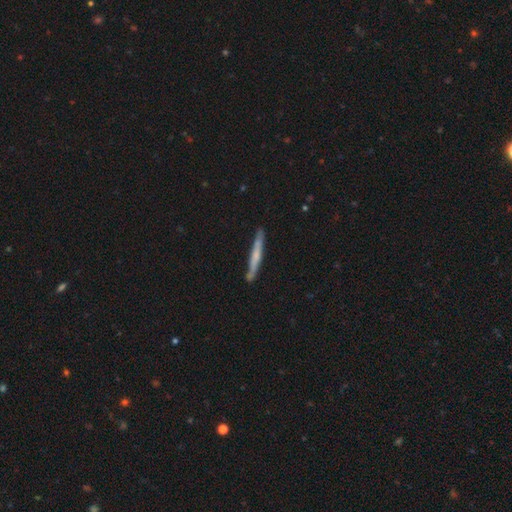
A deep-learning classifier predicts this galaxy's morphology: This is possibly a smooth galaxy (47%, tied with featured or disk). Merging: clearly none (83%).